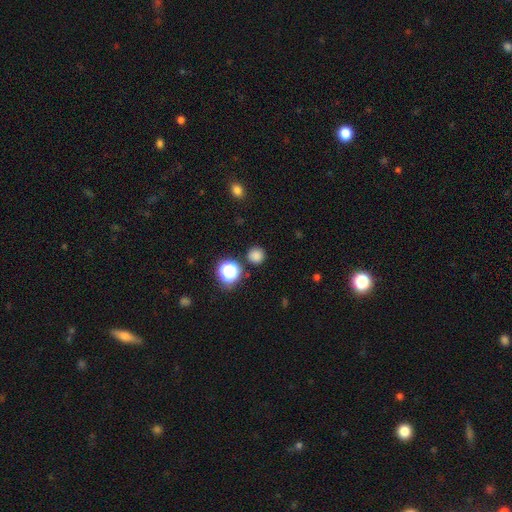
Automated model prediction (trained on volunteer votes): smooth_or_featured: smooth (p=0.78) [alt: star or artifact p=0.17]
how_rounded: round (p=0.94) [alt: in between p=0.05]
merging: none (p=0.87) [alt: minor disturbance p=0.07]